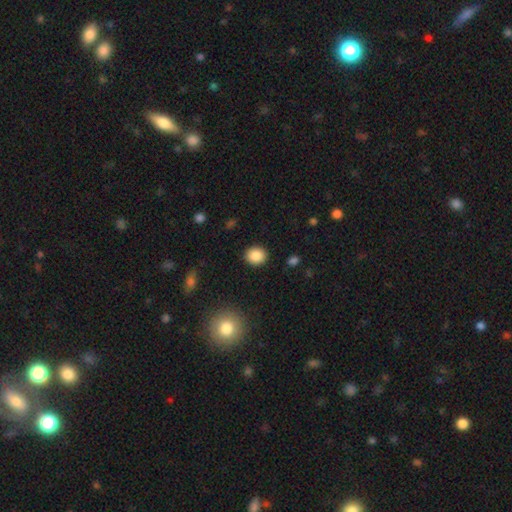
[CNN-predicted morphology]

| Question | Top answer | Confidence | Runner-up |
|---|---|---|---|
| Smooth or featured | smooth | 87% | star or artifact (9%) |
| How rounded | round | 72% | in between (27%) |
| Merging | none | 90% | minor disturbance (6%) |